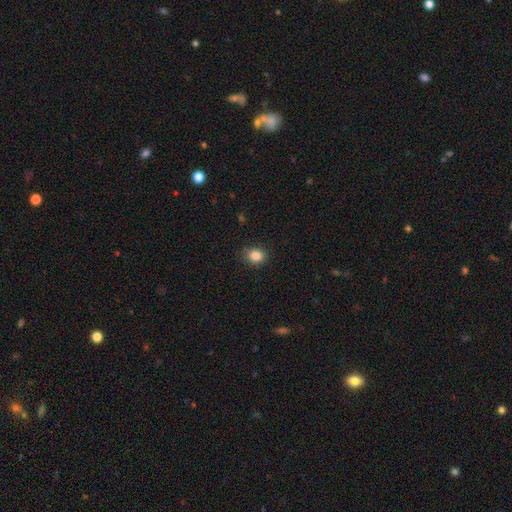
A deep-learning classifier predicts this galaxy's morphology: type=smooth (86%); roundness=round (59%); merging=none (84%).